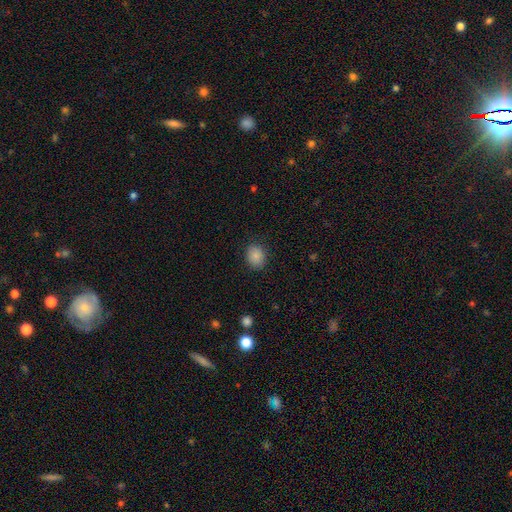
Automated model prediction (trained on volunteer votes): smooth 86%, star or artifact 9%, featured or disk 5%. Down the decision tree: how rounded — round (54%); merging — none (86%).